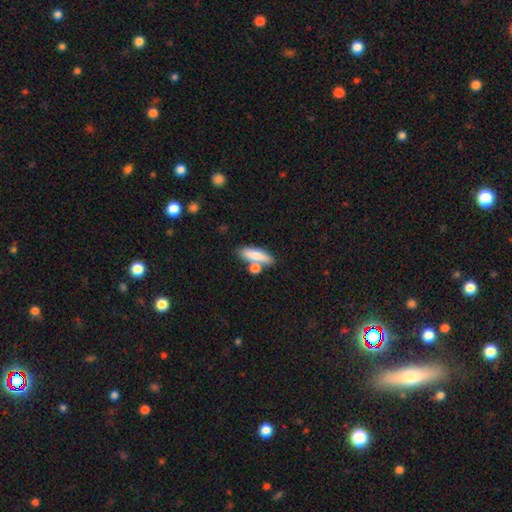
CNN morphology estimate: smooth-or-featured: smooth: 78% | featured or disk: 16% | star or artifact: 7%
  how-rounded: cigar-shaped: 50% | in between: 46% | round: 5%
  merging: none: 58% | merger: 25% | minor disturbance: 13% | major disturbance: 4%